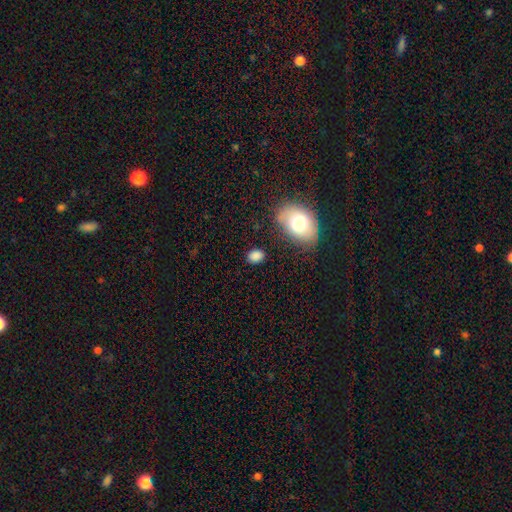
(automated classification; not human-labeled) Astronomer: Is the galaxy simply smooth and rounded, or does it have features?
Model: smooth — 84%.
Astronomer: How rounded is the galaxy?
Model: in between — 73%.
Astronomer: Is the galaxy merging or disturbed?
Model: none — 79%.